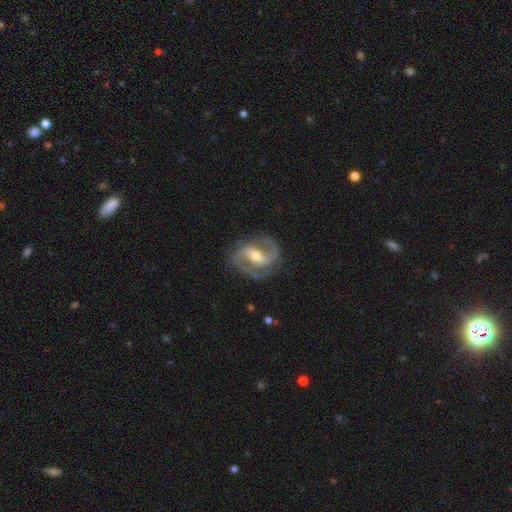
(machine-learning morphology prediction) featured or disk 92%, star or artifact 4%, smooth 4%. Down the decision tree: edge-on disk — no (97%); bar — strong (42%); spiral arms — yes (98%); spiral arm count — 2 (93%); spiral winding — medium (61%); bulge size — moderate (56%); merging — none (81%).